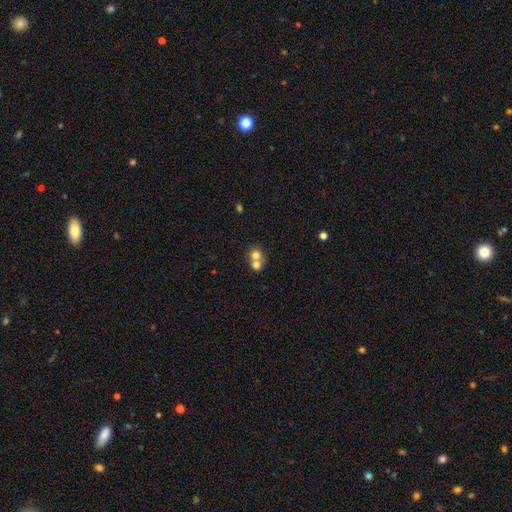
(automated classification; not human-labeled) This is likely a smooth galaxy (71%). How rounded: likely round (76%). Merging: likely merger (65%).